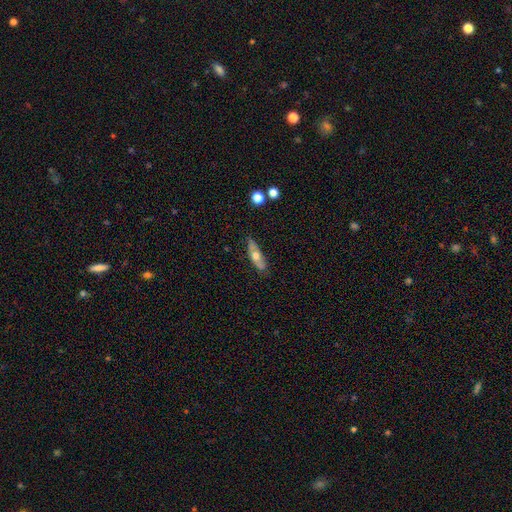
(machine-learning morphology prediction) This appears to be a smooth galaxy with no disk features (51%) that is in between round and cigar-shaped (50%). Merging: none (74%).